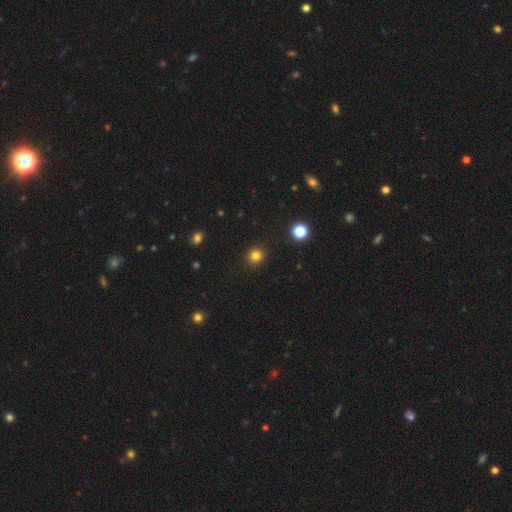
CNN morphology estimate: Smooth or featured? smooth (82%)
How rounded? round (90%)
Merging? none (92%)